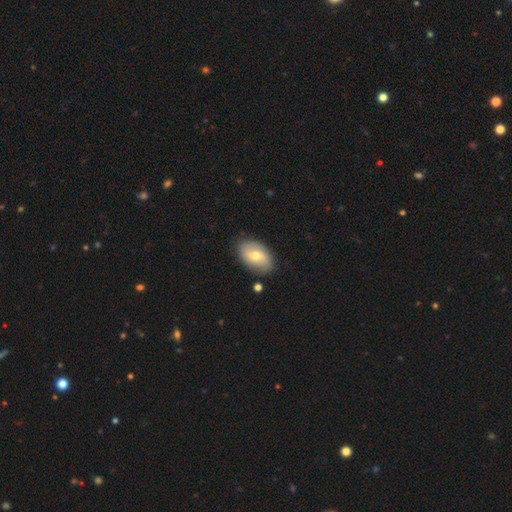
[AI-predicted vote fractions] The model was most divided on "smooth or featured": smooth: 52%, featured or disk: 41%, star or artifact: 6%. More confident: how rounded — in between (89%); merging — none (83%).